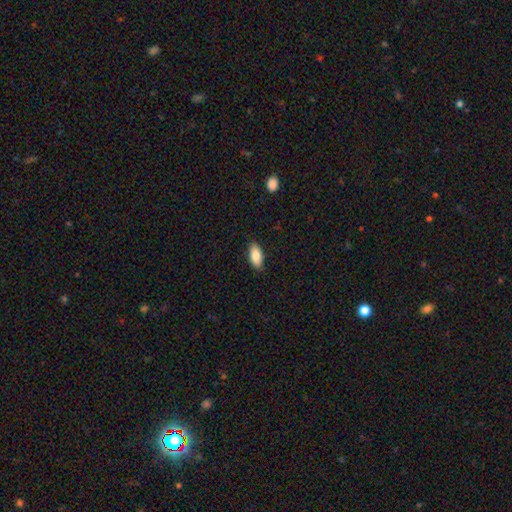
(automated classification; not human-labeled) smooth-or-featured: smooth: 84% | featured or disk: 9% | star or artifact: 6%
  how-rounded: in between: 89% | cigar-shaped: 8% | round: 2%
  merging: none: 87% | minor disturbance: 10% | major disturbance: 2% | merger: 1%